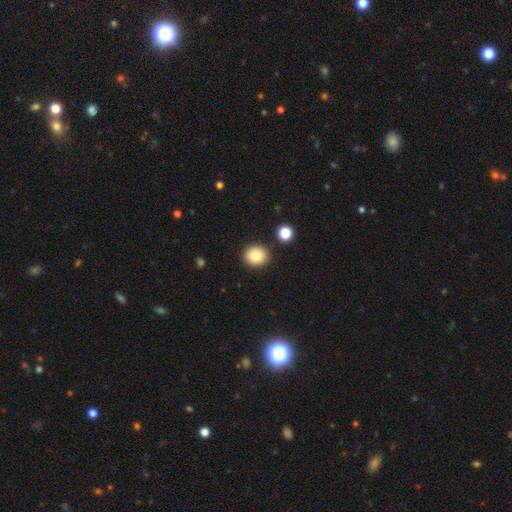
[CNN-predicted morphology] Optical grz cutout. It shows a smooth galaxy with no disk features (86%) that is round (80%). Merging: none (87%).